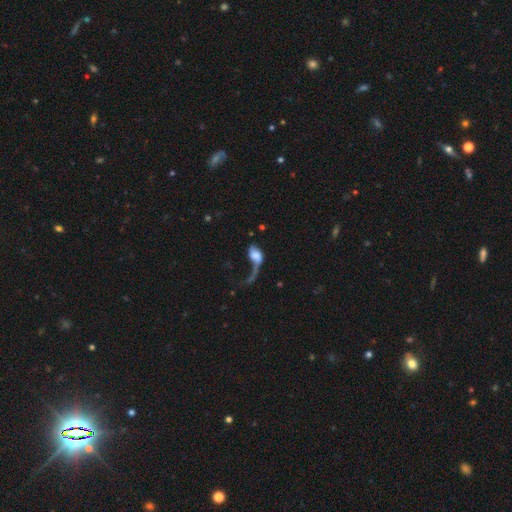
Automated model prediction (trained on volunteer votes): Morphology: type=featured or disk (46%); merging=major disturbance (57%).